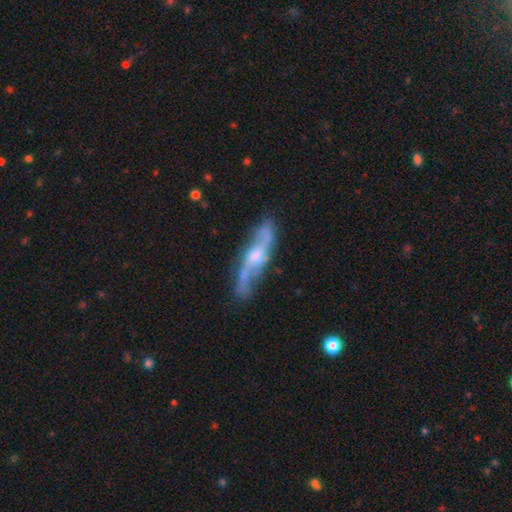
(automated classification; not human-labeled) This appears to be a featured or disk galaxy (79%) with no bar (54%), spiral arms (91%) and a moderate central bulge (54%). Merging: none (72%).